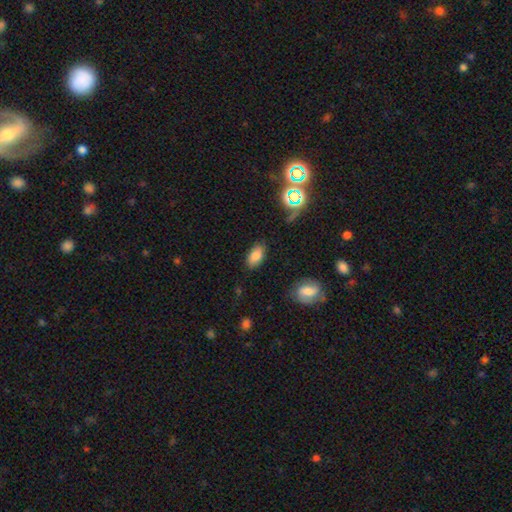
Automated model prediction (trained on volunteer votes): Overall: smooth (80%). How rounded: in between (92%). Merging: none (83%).